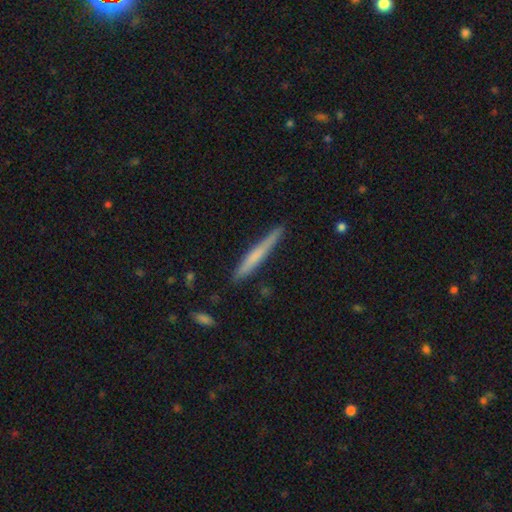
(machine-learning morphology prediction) This is possibly a smooth galaxy (57%). How rounded: clearly cigar-shaped (96%). Merging: clearly none (86%).